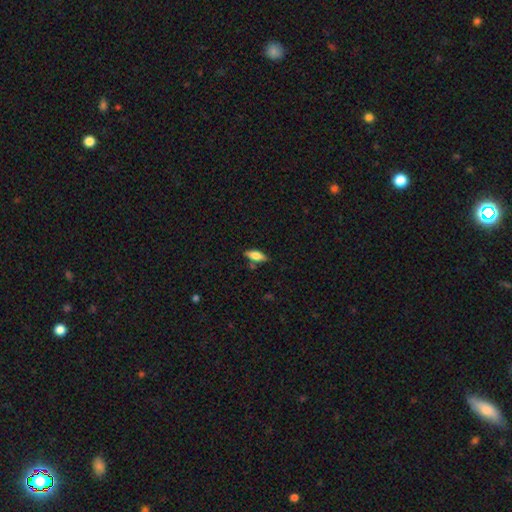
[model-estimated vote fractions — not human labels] A smooth galaxy with no disk features (63%) that is in between round and cigar-shaped (72%). Merging: none (78%).